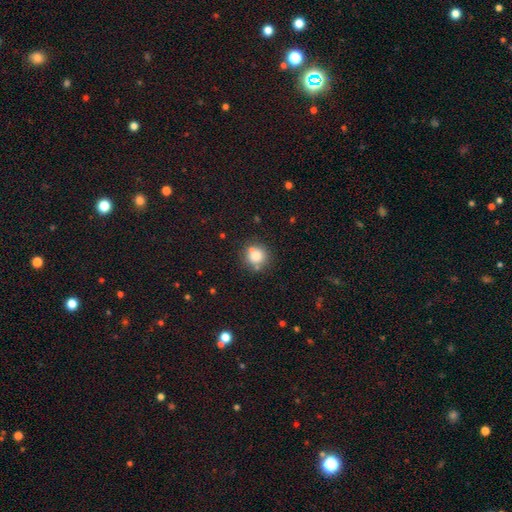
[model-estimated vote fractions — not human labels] Overall: smooth (80%). How rounded: round (89%). Merging: none (71%).